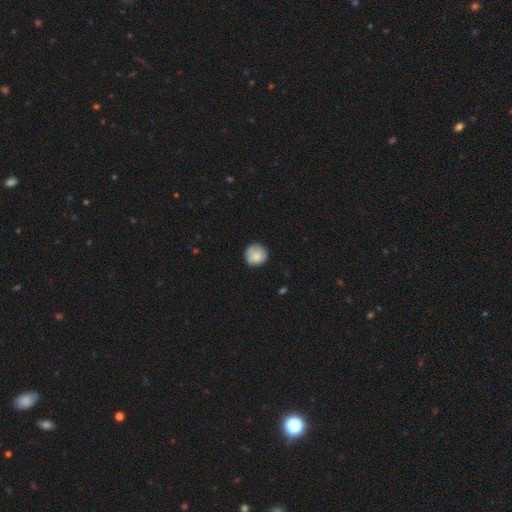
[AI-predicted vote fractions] Smooth or featured: smooth — 78% (featured or disk — 15%)
How rounded: round — 91% (in between — 8%)
Merging: none — 77% (minor disturbance — 18%)